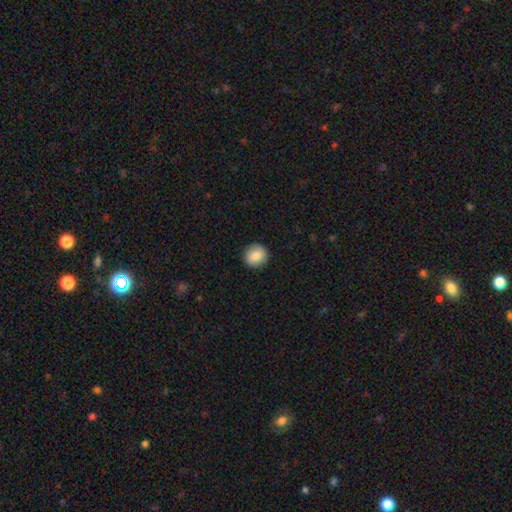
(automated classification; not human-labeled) A smooth galaxy with no disk features (85%) that is round (90%).

Vote fractions:
- Smooth or featured? smooth: 85% / star or artifact: 8% / featured or disk: 7%
- How rounded? round: 90% / in between: 9% / cigar-shaped: 1%
- Merging? none: 91% / minor disturbance: 6% / major disturbance: 2% / merger: 1%